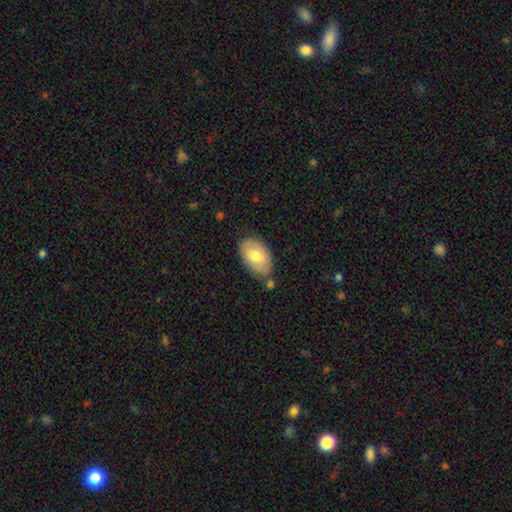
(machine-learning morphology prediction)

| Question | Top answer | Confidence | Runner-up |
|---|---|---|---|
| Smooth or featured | smooth | 70% | featured or disk (24%) |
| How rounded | in between | 92% | round (7%) |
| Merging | none | 72% | minor disturbance (18%) |